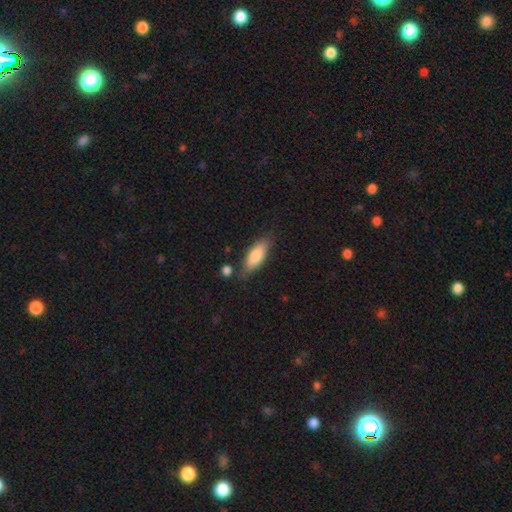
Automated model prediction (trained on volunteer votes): Smooth or featured? smooth (79%)
How rounded? in between (66%)
Merging? none (72%)